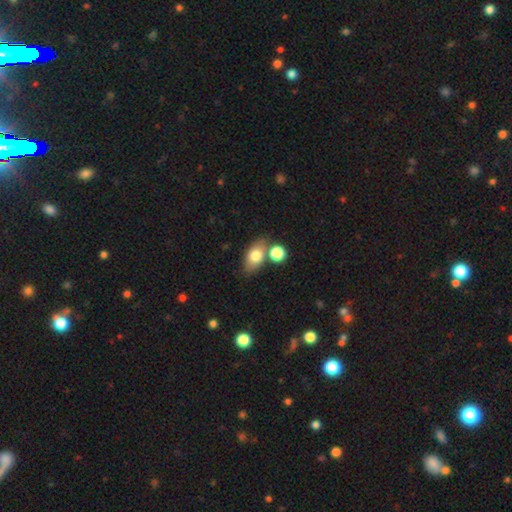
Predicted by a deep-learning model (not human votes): Overall: smooth (76%). How rounded: in between (84%). Merging: none (64%).